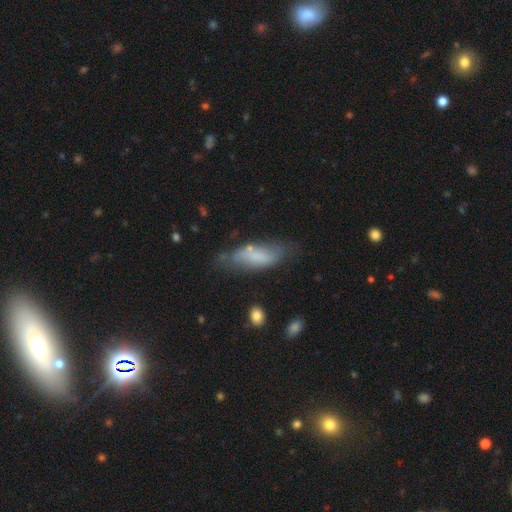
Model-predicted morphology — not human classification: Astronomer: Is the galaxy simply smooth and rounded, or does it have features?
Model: smooth — 64%.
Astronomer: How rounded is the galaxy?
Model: in between — 62%.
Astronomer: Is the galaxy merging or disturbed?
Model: none — 52% (runner-up: minor disturbance, 29%).